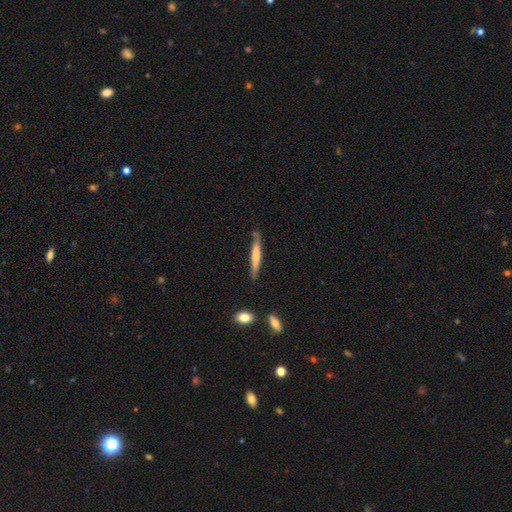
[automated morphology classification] Smooth or featured? smooth (63%)
How rounded? cigar-shaped (94%)
Merging? none (76%)